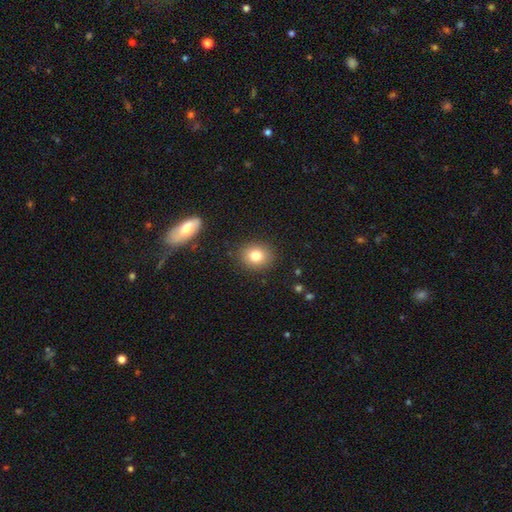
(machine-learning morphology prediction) This appears to be a smooth galaxy with no disk features (80%) that is round (65%). Merging: none (88%).